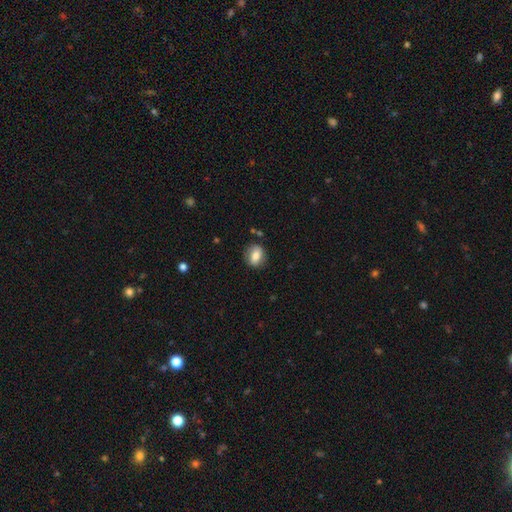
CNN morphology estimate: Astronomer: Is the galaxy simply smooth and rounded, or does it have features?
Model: smooth — 75%.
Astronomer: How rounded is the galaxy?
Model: round — 49%, tied with in between at 49%.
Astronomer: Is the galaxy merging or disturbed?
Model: none — 82%.